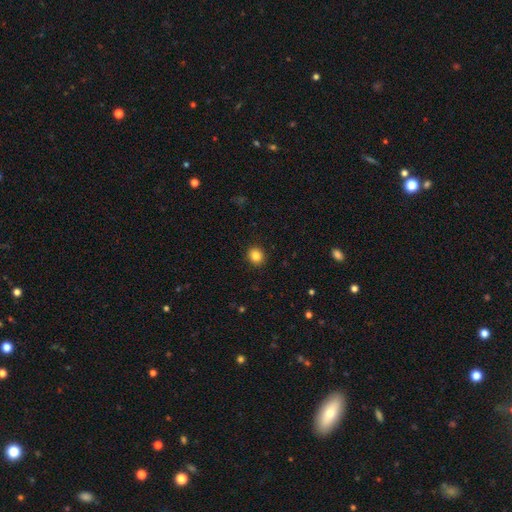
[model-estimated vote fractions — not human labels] Smooth or featured? smooth (85%)
How rounded? round (82%)
Merging? none (92%)